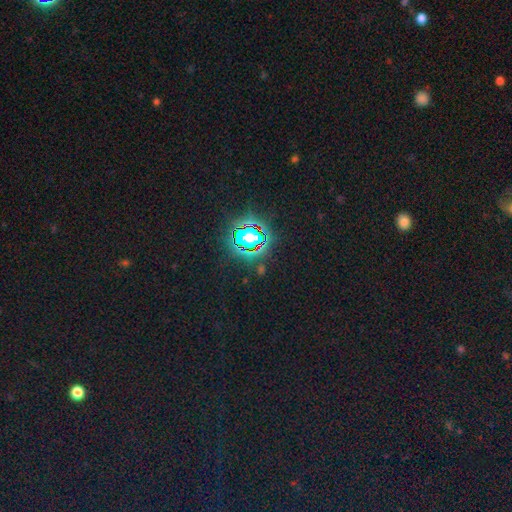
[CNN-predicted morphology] Overall: star or artifact (81%).